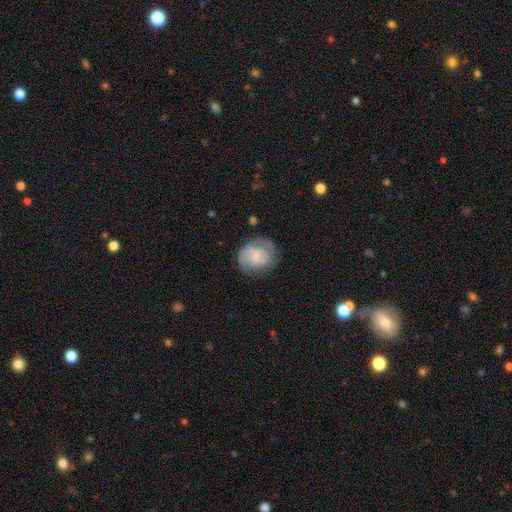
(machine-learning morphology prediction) Smooth or featured? smooth (47%)
Merging? none (65%)